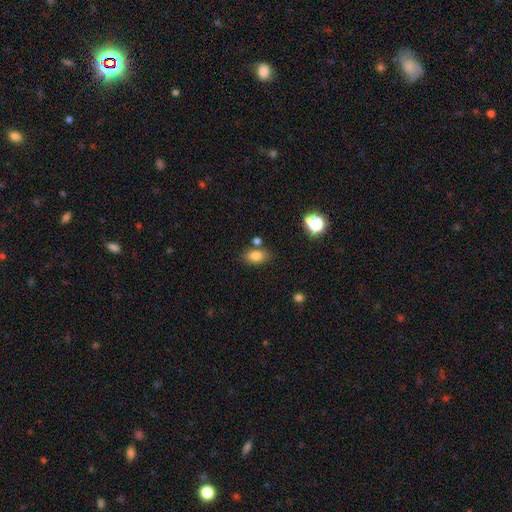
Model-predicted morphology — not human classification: Smooth or featured? smooth (81%)
How rounded? in between (84%)
Merging? none (73%)